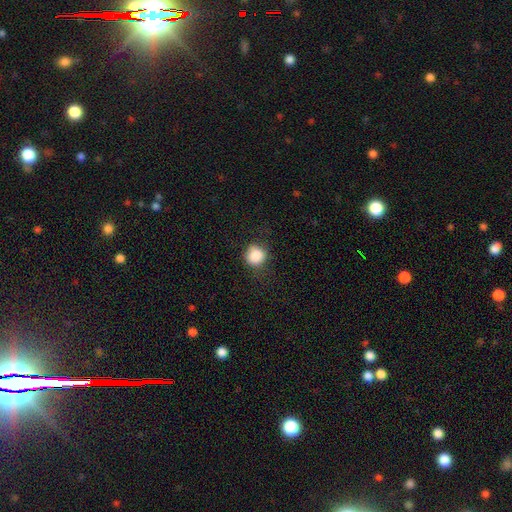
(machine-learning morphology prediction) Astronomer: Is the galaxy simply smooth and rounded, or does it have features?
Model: smooth — 86%.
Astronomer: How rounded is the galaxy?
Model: round — 86%.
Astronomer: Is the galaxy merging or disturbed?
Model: none — 72%.